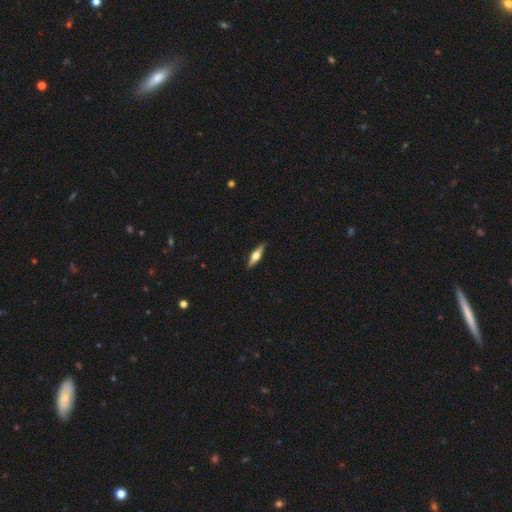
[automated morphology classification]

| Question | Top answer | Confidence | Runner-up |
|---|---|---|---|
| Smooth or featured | featured or disk | 68% | smooth (26%) |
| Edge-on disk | yes | 97% | no (3%) |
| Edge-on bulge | rounded | 94% | boxy (5%) |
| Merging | none | 90% | minor disturbance (8%) |